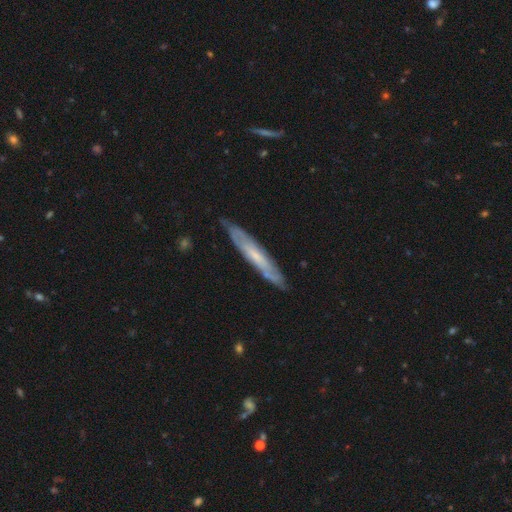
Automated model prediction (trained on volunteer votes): Morphology: type=featured or disk (62%); edge-on=yes (67%); merging=none (83%).